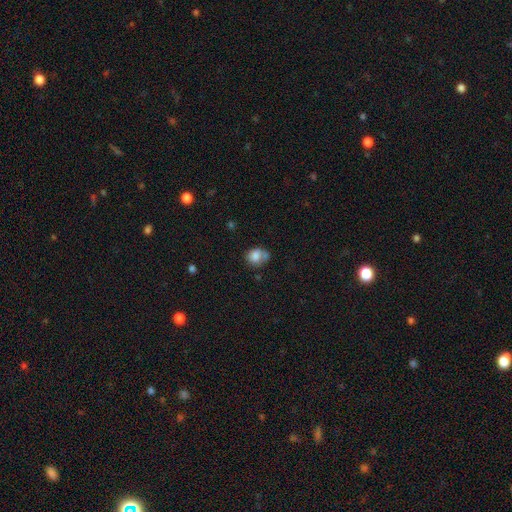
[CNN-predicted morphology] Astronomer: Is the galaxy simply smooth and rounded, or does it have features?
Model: smooth — 78%.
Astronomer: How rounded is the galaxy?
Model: round — 60% (runner-up: in between, 40%).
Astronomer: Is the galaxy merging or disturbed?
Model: none — 43% (runner-up: minor disturbance, 24%).